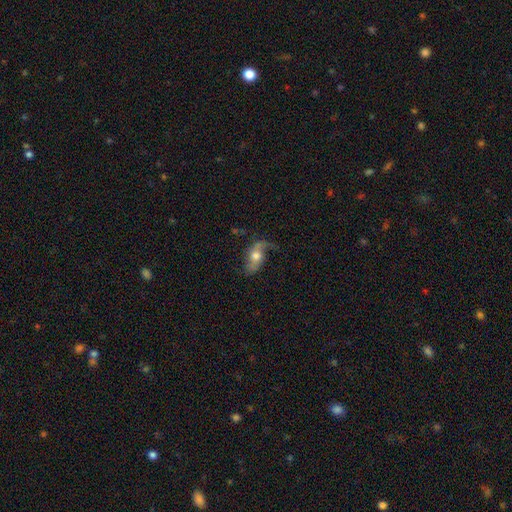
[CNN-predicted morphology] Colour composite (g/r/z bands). It shows a featured or disk galaxy (61%) with no bar (65%), spiral arms (83%) and a moderate central bulge (61%). Merging: none (52%).